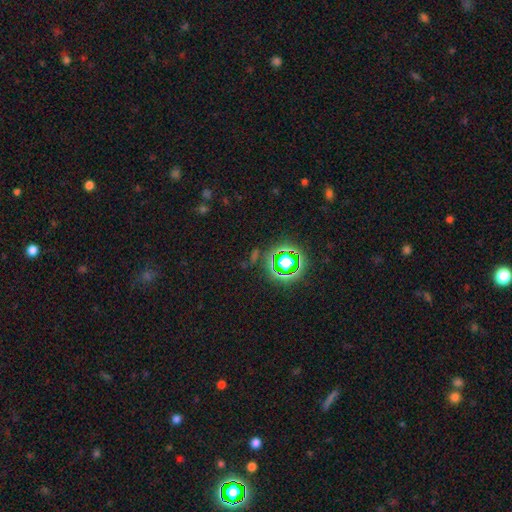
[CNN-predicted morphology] star or artifact 71%, smooth 20%, featured or disk 9%.